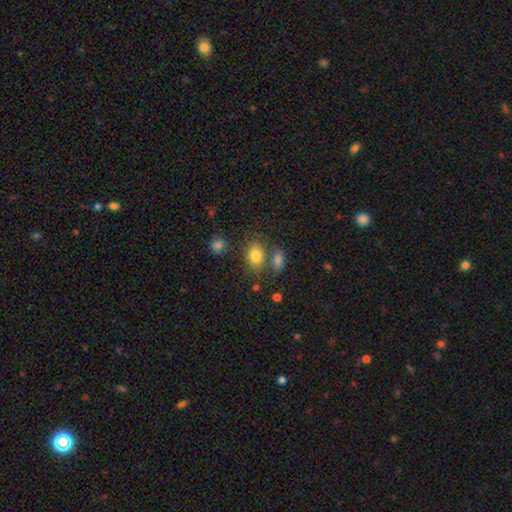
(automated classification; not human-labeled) smooth-or-featured: smooth: 81% | star or artifact: 11% | featured or disk: 8%
  how-rounded: in between: 72% | round: 27% | cigar-shaped: 1%
  merging: none: 61% | merger: 21% | minor disturbance: 13% | major disturbance: 5%